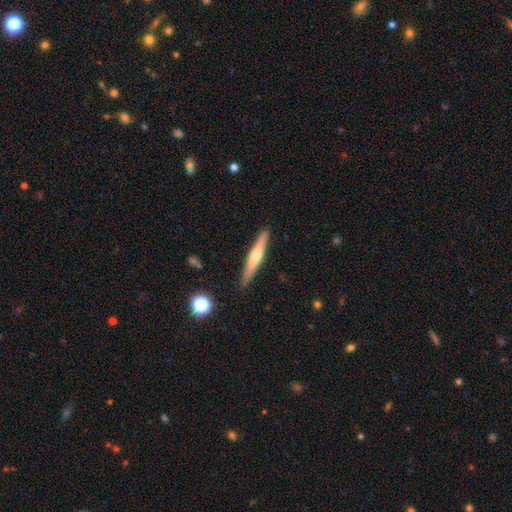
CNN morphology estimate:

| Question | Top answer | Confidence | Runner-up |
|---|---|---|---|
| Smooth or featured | featured or disk | 52% | smooth (42%) |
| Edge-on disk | yes | 95% | no (5%) |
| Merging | none | 90% | minor disturbance (8%) |